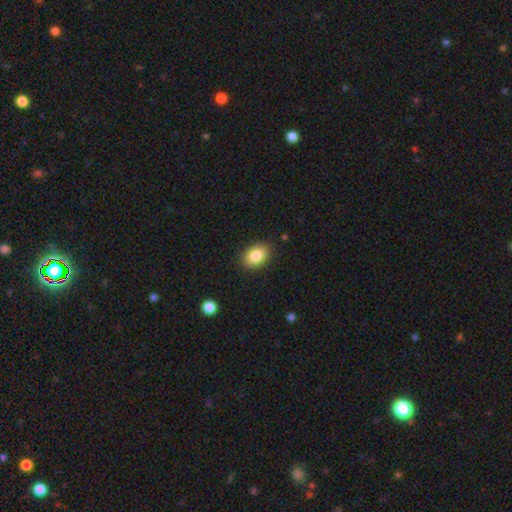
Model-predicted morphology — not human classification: Overall: smooth (86%). How rounded: in between (77%). Merging: none (88%).